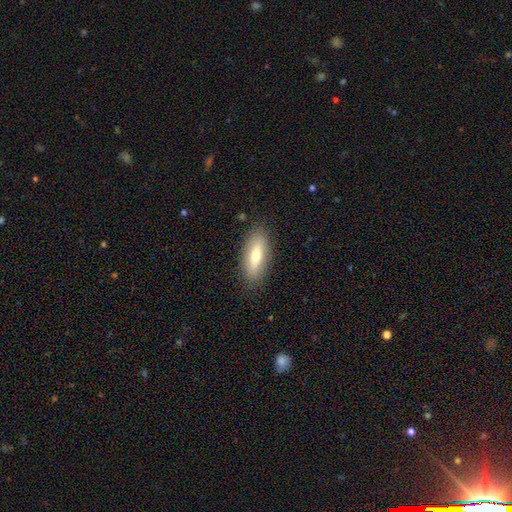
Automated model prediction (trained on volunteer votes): smooth_or_featured: smooth (p=0.66) [alt: featured or disk p=0.28]
how_rounded: in between (p=0.68) [alt: cigar-shaped p=0.30]
merging: none (p=0.86) [alt: minor disturbance p=0.10]